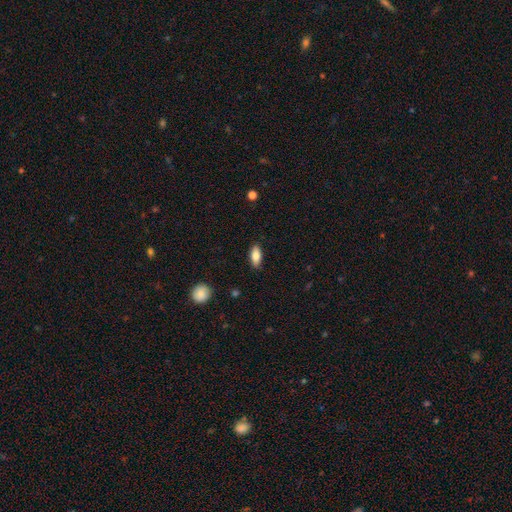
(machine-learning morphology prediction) smooth 83%, featured or disk 10%, star or artifact 7%. Down the decision tree: how rounded — in between (86%); merging — none (86%).